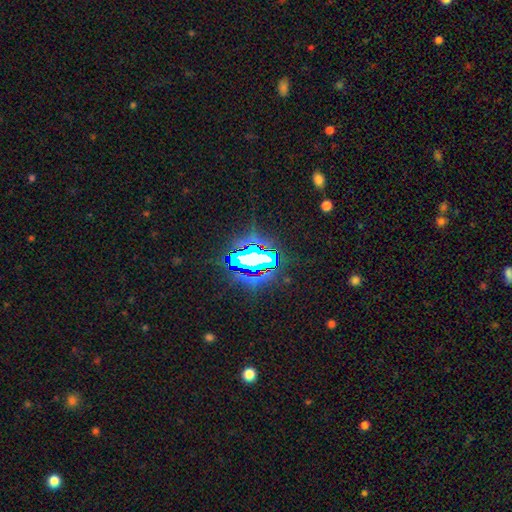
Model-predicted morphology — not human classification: Q: Smooth or featured?
A: star or artifact (70%); runner-up: smooth (16%)